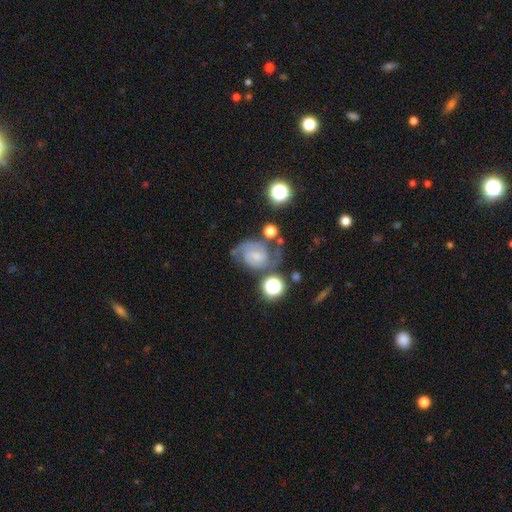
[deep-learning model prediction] This is likely a featured or disk galaxy (80%). It is clearly not viewed edge-on (98%). Bar: possibly no (48%). Spiral arm pattern: clearly yes (96%). Spiral arm count: clearly 2 (81%). Spiral winding: possibly medium (48%). Central bulge: marginally small (44%). Merging: possibly none (56%).